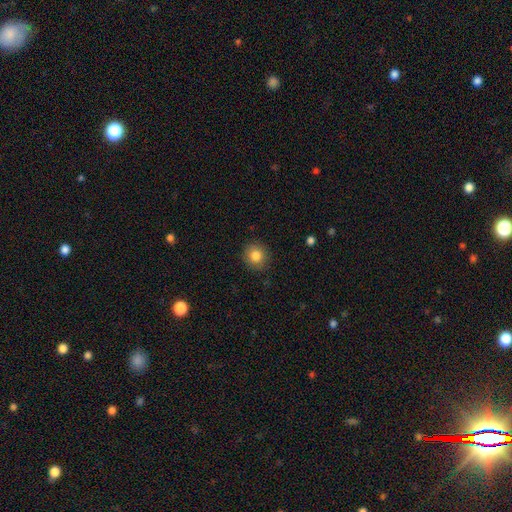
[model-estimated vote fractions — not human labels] This appears to be a smooth galaxy with no disk features (83%) that is round (87%). Merging: none (89%).